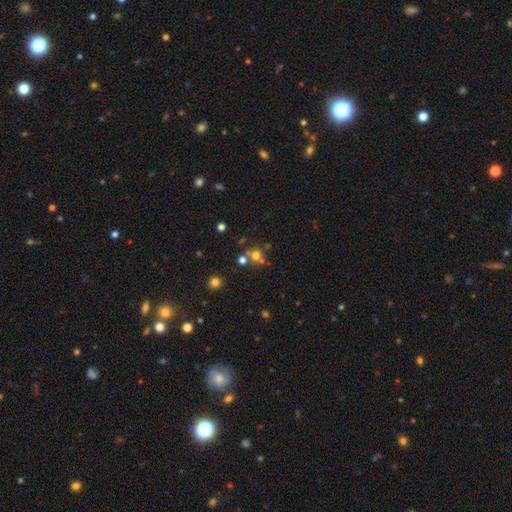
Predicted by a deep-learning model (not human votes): This is likely a smooth galaxy (61%). How rounded: clearly round (87%). Merging: possibly none (57%).